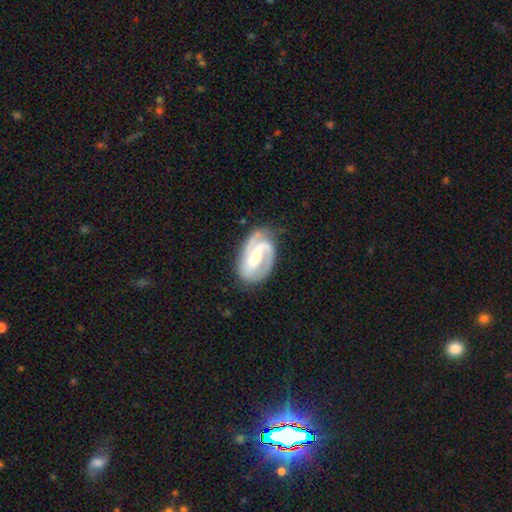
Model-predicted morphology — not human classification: smooth_or_featured: featured or disk (p=0.86) [alt: smooth p=0.10]
disk_edge_on: no (p=0.97) [alt: yes p=0.03]
bar: weak (p=0.43) [alt: strong p=0.37]
has_spiral_arms: yes (p=0.96) [alt: no p=0.04]
spiral_winding: medium (p=0.45) [alt: tight p=0.40]
spiral_arm_count: 2 (p=0.73) [alt: 1 p=0.11]
bulge_size: small (p=0.43) [alt: moderate p=0.41]
merging: none (p=0.71) [alt: minor disturbance p=0.19]